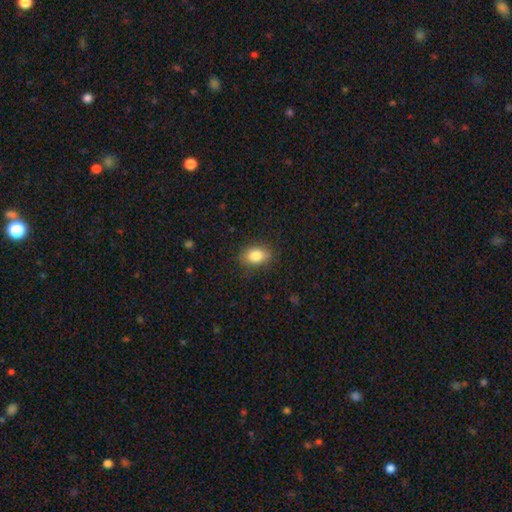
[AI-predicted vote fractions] smooth_or_featured: smooth (p=0.84) [alt: star or artifact p=0.09]
how_rounded: in between (p=0.77) [alt: round p=0.21]
merging: none (p=0.84) [alt: minor disturbance p=0.12]